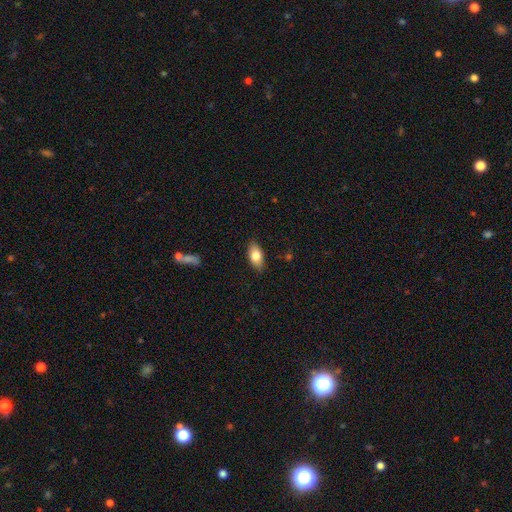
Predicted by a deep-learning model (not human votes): Smooth or featured?
  - smooth: 79% *
  - featured or disk: 14%
  - star or artifact: 7%
How rounded?
  - in between: 90% *
  - cigar-shaped: 6%
  - round: 4%
Merging?
  - none: 86% *
  - minor disturbance: 10%
  - major disturbance: 2%
  - merger: 1%